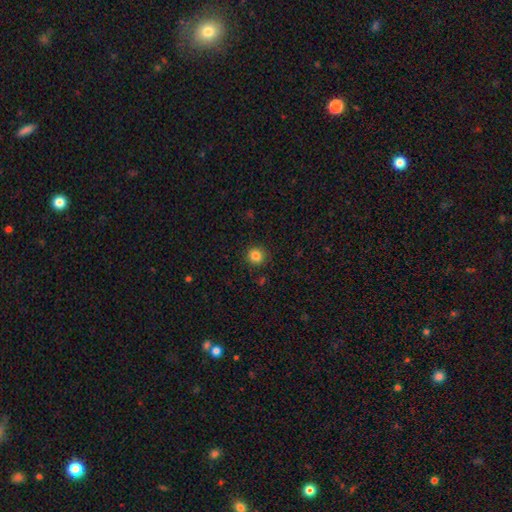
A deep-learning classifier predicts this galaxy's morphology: Smooth or featured? smooth (84%)
How rounded? round (93%)
Merging? none (88%)